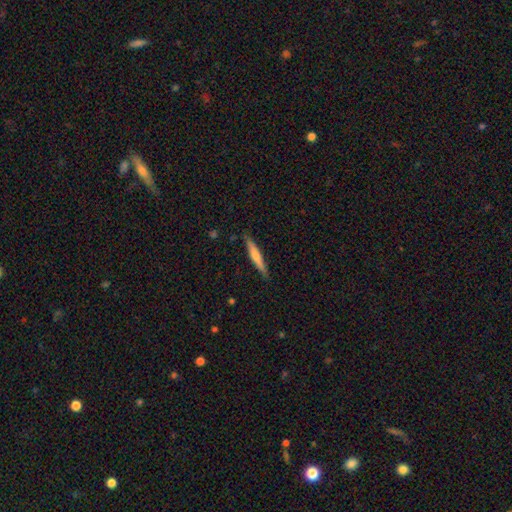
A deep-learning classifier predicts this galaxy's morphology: type=smooth (56%); roundness=cigar-shaped (94%); merging=none (89%).